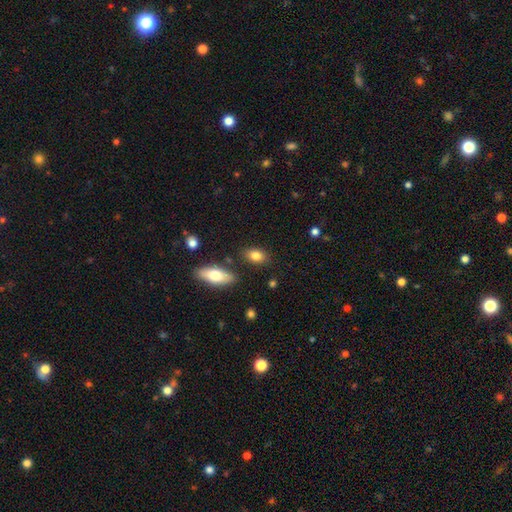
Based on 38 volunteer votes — Q: Smooth or featured?
A: smooth (87%); runner-up: featured or disk (13%)
Q: How rounded?
A: in between (70%); runner-up: round (24%)
Q: Merging?
A: none (79%); runner-up: minor disturbance (13%)